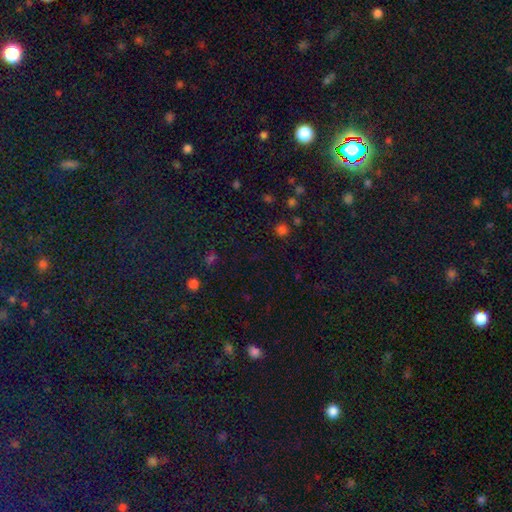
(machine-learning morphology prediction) smooth-or-featured: star or artifact: 55% | smooth: 38% | featured or disk: 7%